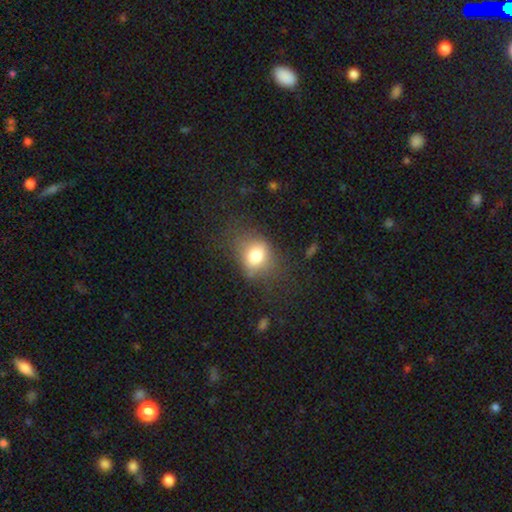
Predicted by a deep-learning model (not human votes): A smooth galaxy with no disk features (76%) that is in between round and cigar-shaped (55%). Merging: none (61%).